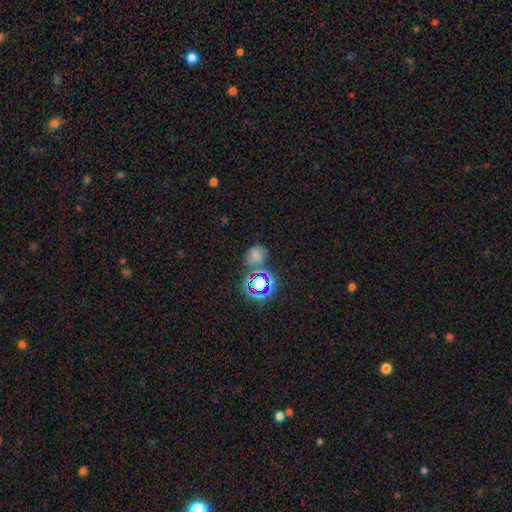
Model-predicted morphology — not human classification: This is possibly a smooth galaxy (54%). How rounded: likely round (63%). Merging: possibly none (56%).